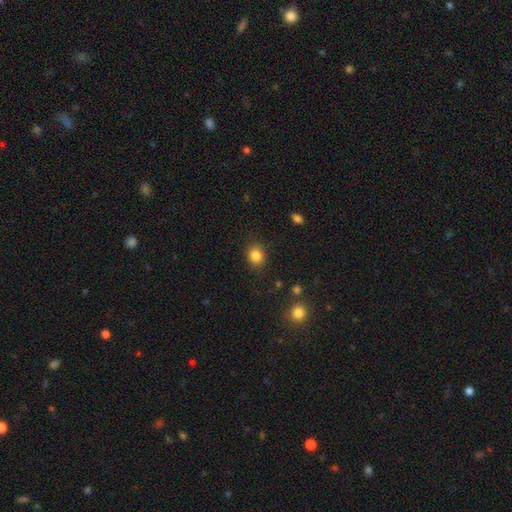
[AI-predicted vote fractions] The model was most divided on "how rounded": round: 62%, in between: 37%, cigar-shaped: 1%. More confident: merging — none (87%); smooth or featured — smooth (85%).